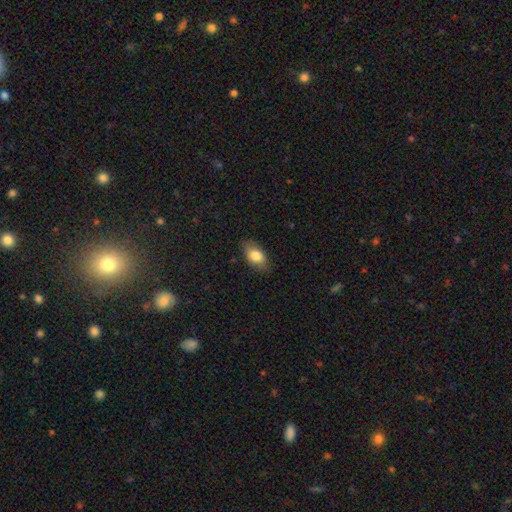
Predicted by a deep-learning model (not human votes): Smooth or featured: smooth — 79% (featured or disk — 14%)
How rounded: in between — 90% (round — 7%)
Merging: none — 83% (minor disturbance — 14%)